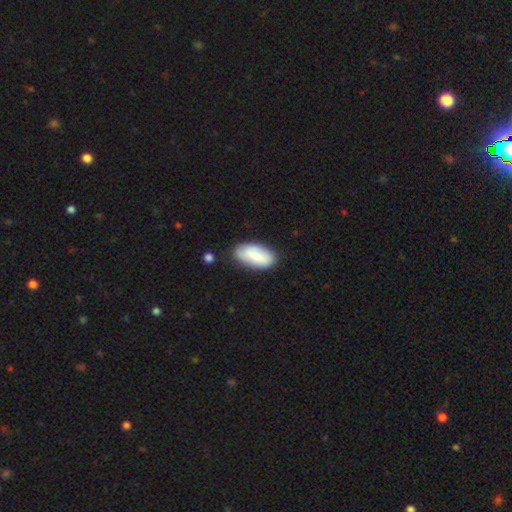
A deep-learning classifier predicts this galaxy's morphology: Smooth or featured?
  - smooth: 72% *
  - featured or disk: 22%
  - star or artifact: 6%
How rounded?
  - in between: 92% *
  - cigar-shaped: 5%
  - round: 2%
Merging?
  - none: 76% *
  - minor disturbance: 18%
  - major disturbance: 4%
  - merger: 3%